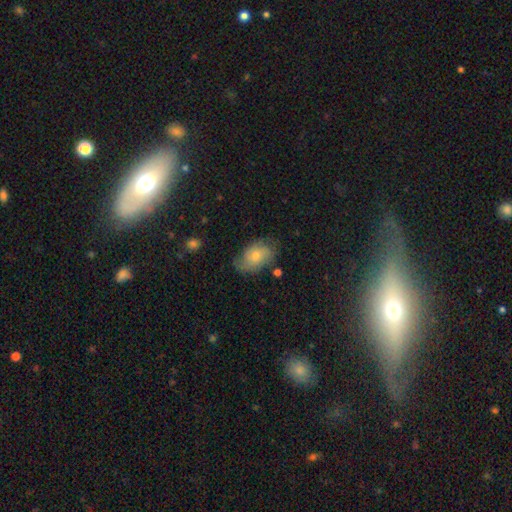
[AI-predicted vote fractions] smooth 46%, featured or disk 43%, star or artifact 11%. Down the decision tree: merging — none (65%).